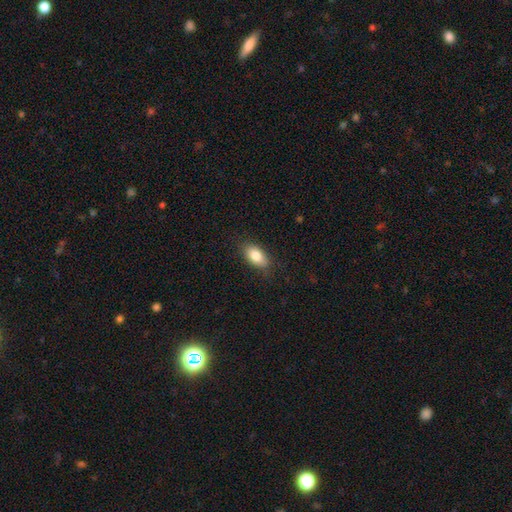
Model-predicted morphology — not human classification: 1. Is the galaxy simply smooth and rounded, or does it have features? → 83% smooth, 10% featured or disk, 7% star or artifact.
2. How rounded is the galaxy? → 91% in between, 5% round, 4% cigar-shaped.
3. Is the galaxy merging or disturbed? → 84% none, 12% minor disturbance, 3% major disturbance, 1% merger.